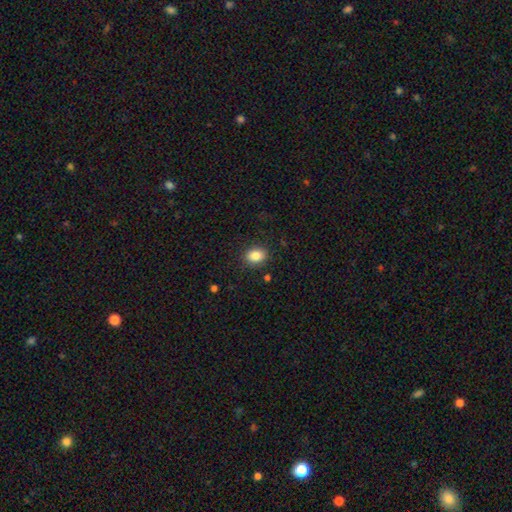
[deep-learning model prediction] This is clearly a smooth galaxy (84%). How rounded: possibly in between (60%). Merging: clearly none (87%).